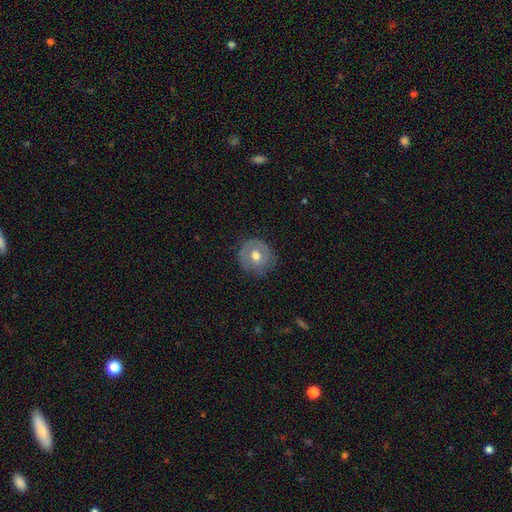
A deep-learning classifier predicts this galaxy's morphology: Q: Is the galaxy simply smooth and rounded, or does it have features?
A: smooth — 52%.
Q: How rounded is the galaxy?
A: round — 90%.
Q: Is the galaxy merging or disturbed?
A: none — 79%.